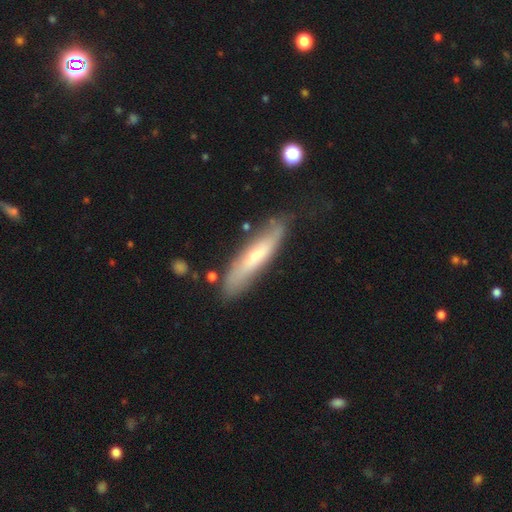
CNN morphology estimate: The model was most divided on "smooth or featured": smooth: 53%, featured or disk: 41%, star or artifact: 6%. More confident: how rounded — cigar-shaped (79%); merging — none (71%).